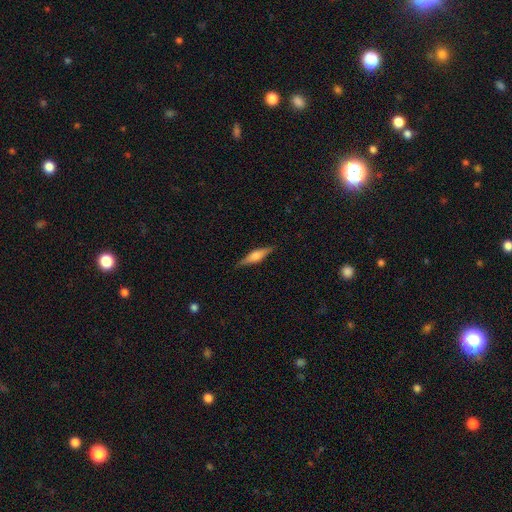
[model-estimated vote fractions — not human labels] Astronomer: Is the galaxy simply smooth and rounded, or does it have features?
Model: featured or disk — 54% (runner-up: smooth, 40%).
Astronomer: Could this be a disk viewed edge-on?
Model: yes — 95%.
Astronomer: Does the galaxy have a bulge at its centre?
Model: rounded — 84%.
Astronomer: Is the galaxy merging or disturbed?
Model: none — 87%.